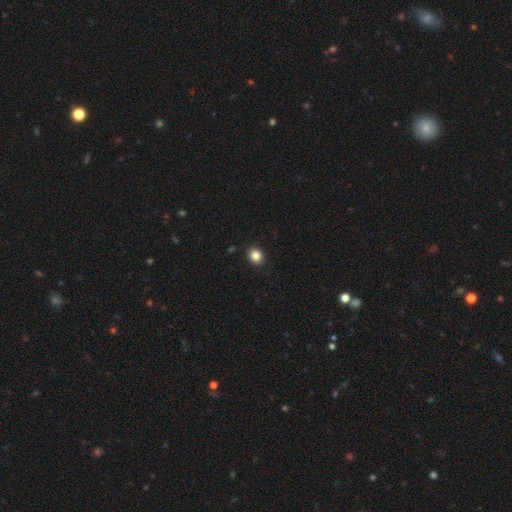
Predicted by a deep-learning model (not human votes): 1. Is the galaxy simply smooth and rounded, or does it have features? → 85% smooth, 11% star or artifact, 5% featured or disk.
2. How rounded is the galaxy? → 67% round, 32% in between, 1% cigar-shaped.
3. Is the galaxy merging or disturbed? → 92% none, 6% minor disturbance, 2% major disturbance, 1% merger.